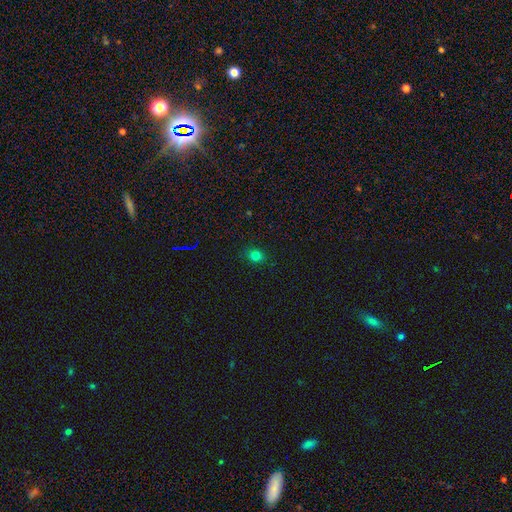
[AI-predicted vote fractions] Smooth or featured? smooth (78%)
How rounded? round (76%)
Merging? none (88%)